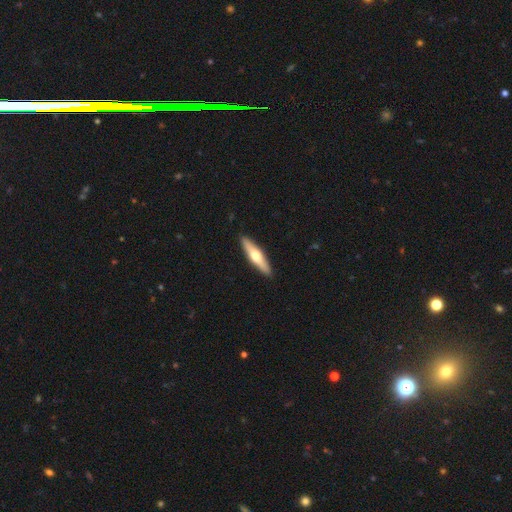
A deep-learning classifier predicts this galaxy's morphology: type=featured or disk (50%); edge-on=yes (92%); merging=none (91%).